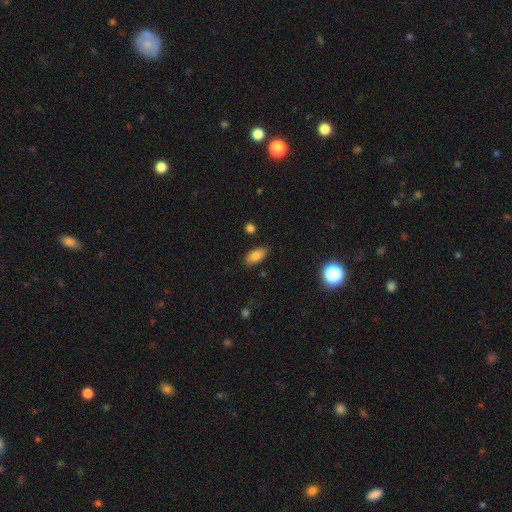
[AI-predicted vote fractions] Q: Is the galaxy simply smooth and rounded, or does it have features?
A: smooth — 81%.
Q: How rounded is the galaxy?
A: in between — 89%.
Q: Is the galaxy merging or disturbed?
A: none — 85%.